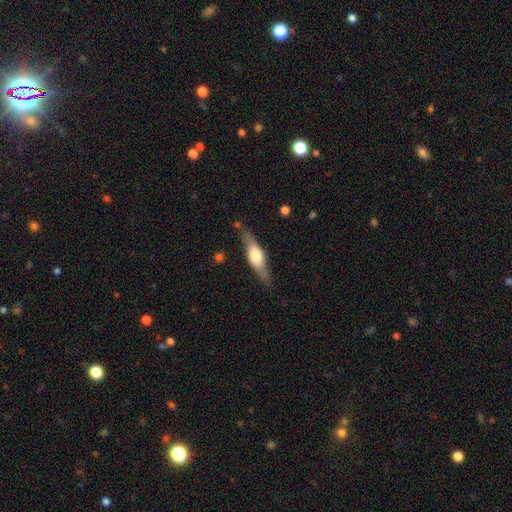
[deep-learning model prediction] A featured or disk galaxy (52%) viewed edge-on (86%). Merging: none (78%).